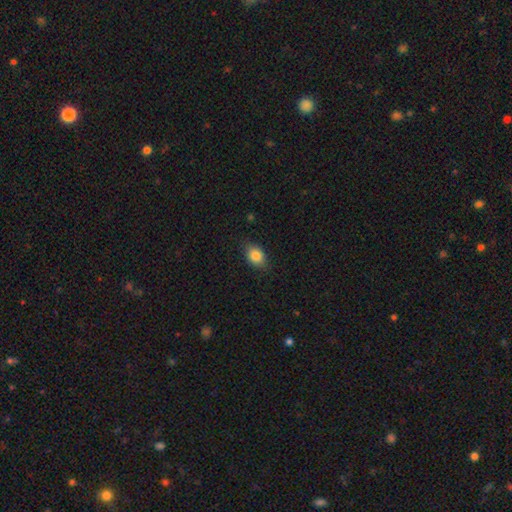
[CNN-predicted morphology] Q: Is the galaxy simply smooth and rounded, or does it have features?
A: smooth — 84%.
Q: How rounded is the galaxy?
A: in between — 71%.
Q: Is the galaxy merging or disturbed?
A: none — 80%.